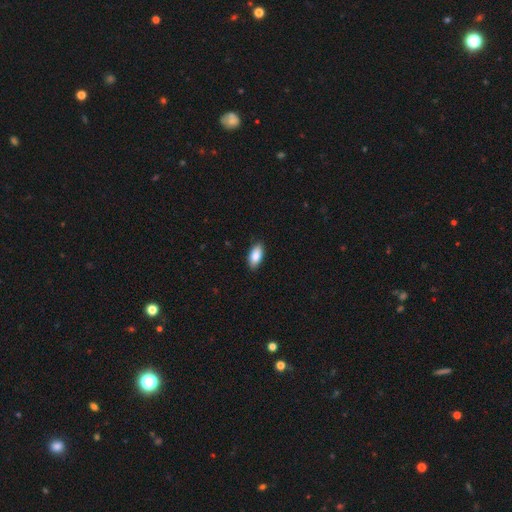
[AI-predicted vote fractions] Smooth or featured? smooth (87%)
How rounded? in between (92%)
Merging? none (89%)